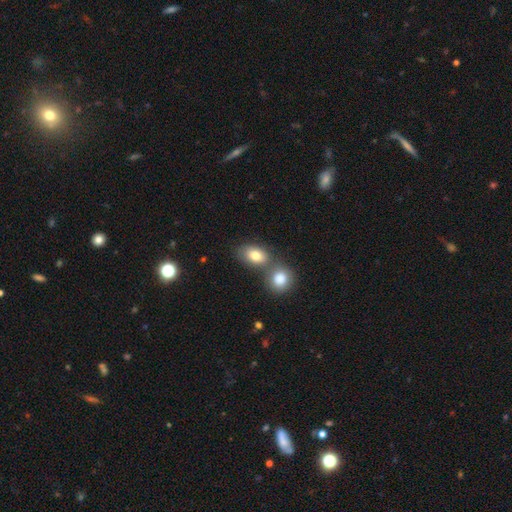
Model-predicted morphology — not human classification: Smooth or featured? smooth (80%)
How rounded? in between (78%)
Merging? merger (45%)